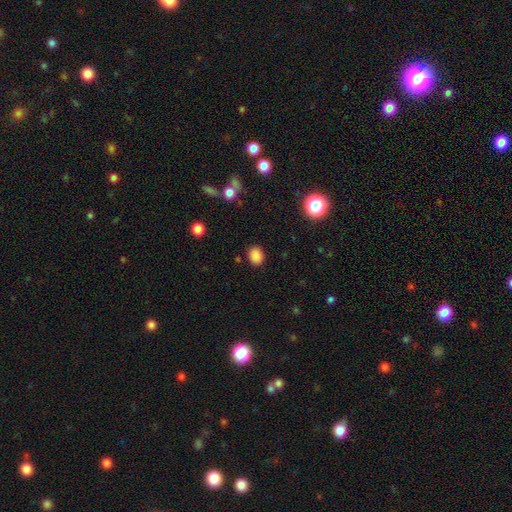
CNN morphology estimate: A smooth galaxy with no disk features (86%) that is in between round and cigar-shaped (57%).

Vote fractions:
- Smooth or featured? smooth: 86% / star or artifact: 11% / featured or disk: 3%
- How rounded? in between: 57% / round: 42% / cigar-shaped: 1%
- Merging? none: 87% / minor disturbance: 9% / major disturbance: 3% / merger: 1%